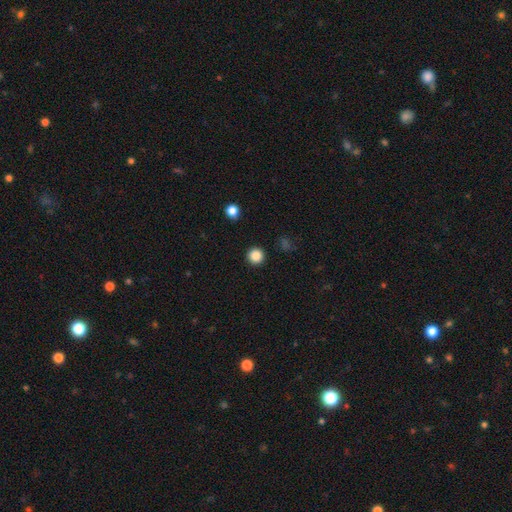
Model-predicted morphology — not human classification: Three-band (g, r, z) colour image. It shows a smooth galaxy with no disk features (86%) that is round (95%). Merging: none (93%).